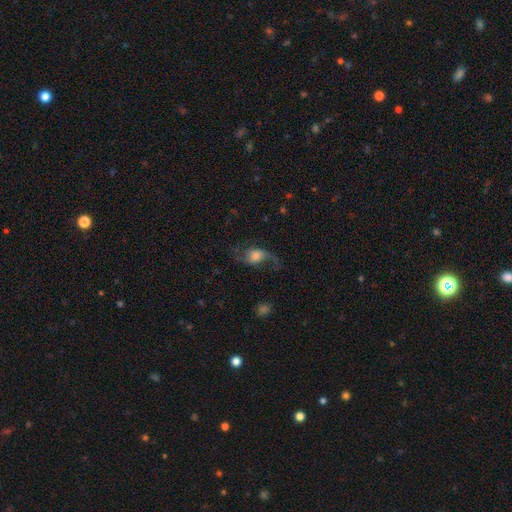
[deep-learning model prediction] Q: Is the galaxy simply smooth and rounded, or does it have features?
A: featured or disk — 65%.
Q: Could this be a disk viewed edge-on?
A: no — 95%.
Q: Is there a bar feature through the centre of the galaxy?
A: no — 64%.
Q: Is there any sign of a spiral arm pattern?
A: yes — 91%.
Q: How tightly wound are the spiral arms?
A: loose — 81%.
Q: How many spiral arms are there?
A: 2 — 80%.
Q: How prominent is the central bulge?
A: moderate — 42%.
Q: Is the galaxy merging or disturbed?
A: none — 49%.